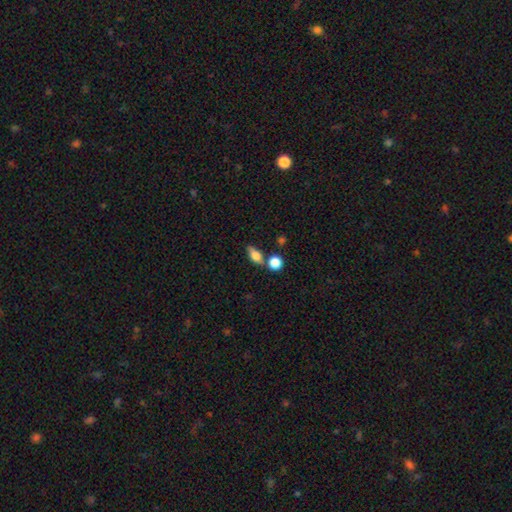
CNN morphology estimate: A smooth galaxy with no disk features (72%) that is in between round and cigar-shaped (72%). Merging: none (64%).